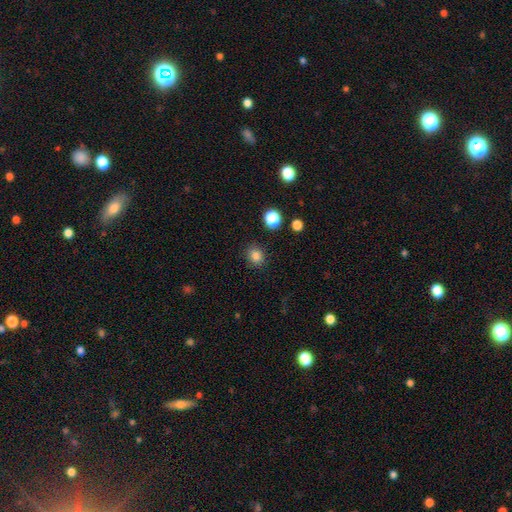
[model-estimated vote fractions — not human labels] This appears to be a smooth galaxy with no disk features (83%) that is round (73%). Merging: none (88%).